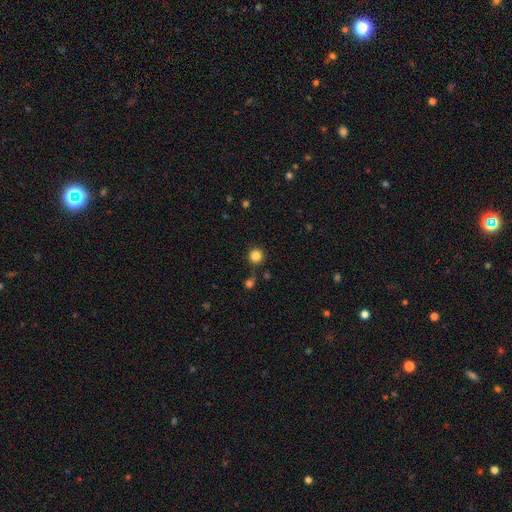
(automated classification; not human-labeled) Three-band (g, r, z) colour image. It shows a smooth galaxy with no disk features (84%) that is round (95%). Merging: none (83%).